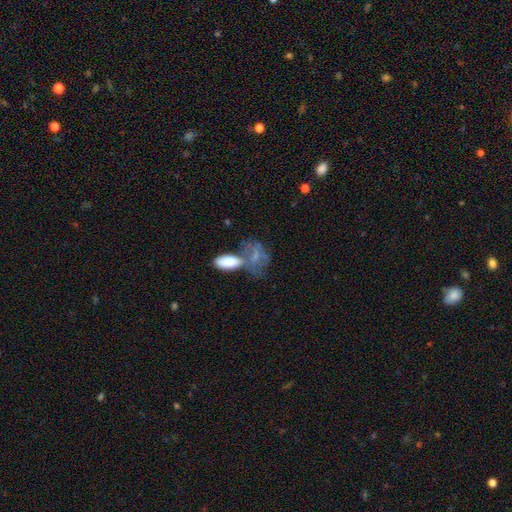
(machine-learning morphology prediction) The model was most divided on "merging": merger: 43%, none: 24%, major disturbance: 18%, minor disturbance: 16%. More confident: how rounded — in between (84%); smooth or featured — smooth (62%).